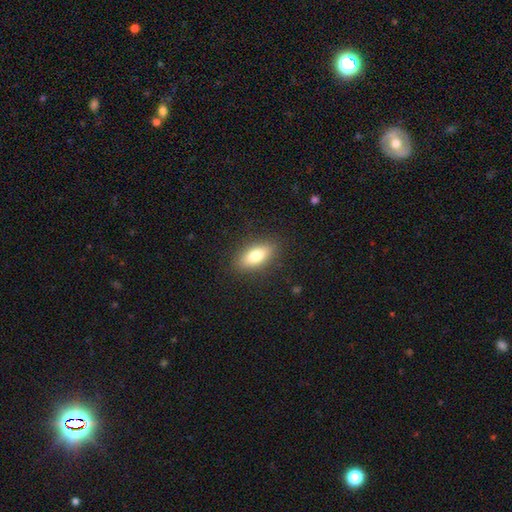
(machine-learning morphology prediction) This appears to be a smooth galaxy with no disk features (77%) that is in between round and cigar-shaped (81%). Merging: none (88%).